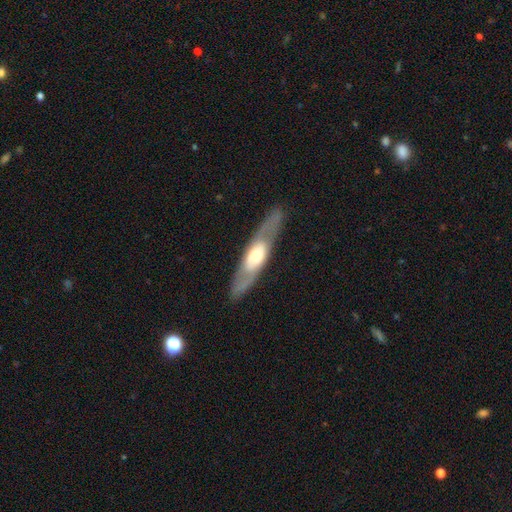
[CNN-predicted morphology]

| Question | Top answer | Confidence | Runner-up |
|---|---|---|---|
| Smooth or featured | featured or disk | 66% | smooth (29%) |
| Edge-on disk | no | 56% | yes (44%) |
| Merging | none | 84% | minor disturbance (10%) |